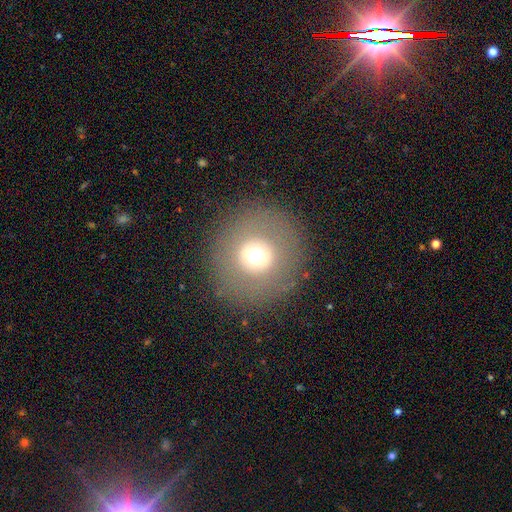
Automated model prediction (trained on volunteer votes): Q: Smooth or featured?
A: smooth (62%); runner-up: featured or disk (20%)
Q: How rounded?
A: round (93%); runner-up: in between (6%)
Q: Merging?
A: none (86%); runner-up: minor disturbance (7%)